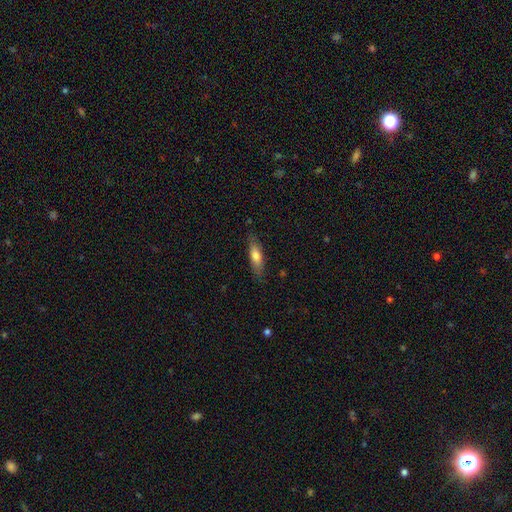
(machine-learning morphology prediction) Smooth or featured?
  - smooth: 73% *
  - featured or disk: 21%
  - star or artifact: 6%
How rounded?
  - in between: 50% *
  - cigar-shaped: 48%
  - round: 2%
Merging?
  - none: 79% *
  - minor disturbance: 16%
  - major disturbance: 4%
  - merger: 1%